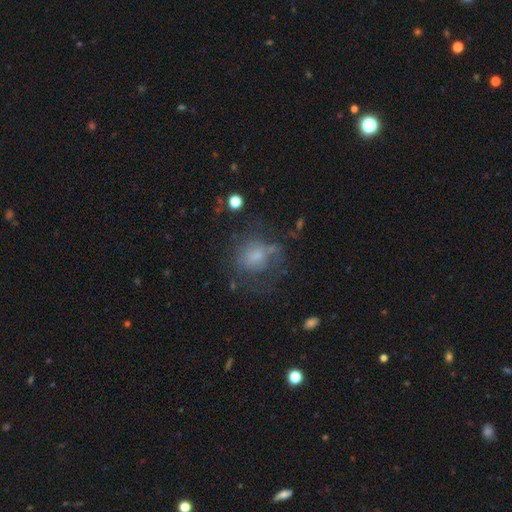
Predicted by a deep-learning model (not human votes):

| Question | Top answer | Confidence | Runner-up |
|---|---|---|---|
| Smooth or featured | smooth | 51% | featured or disk (35%) |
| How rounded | round | 71% | in between (28%) |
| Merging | none | 46% | major disturbance (28%) |